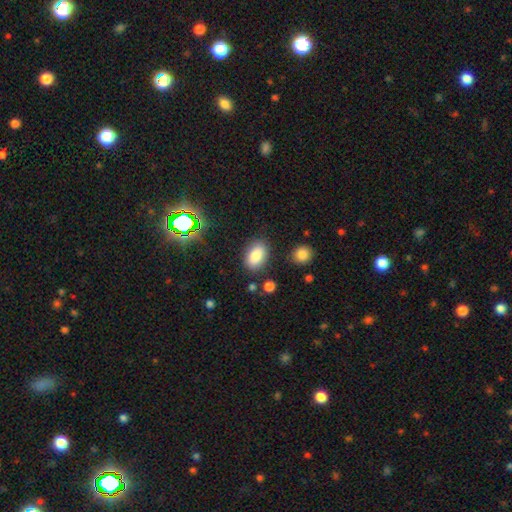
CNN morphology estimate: This appears to be a smooth galaxy with no disk features (84%) that is in between round and cigar-shaped (88%). Merging: none (82%).